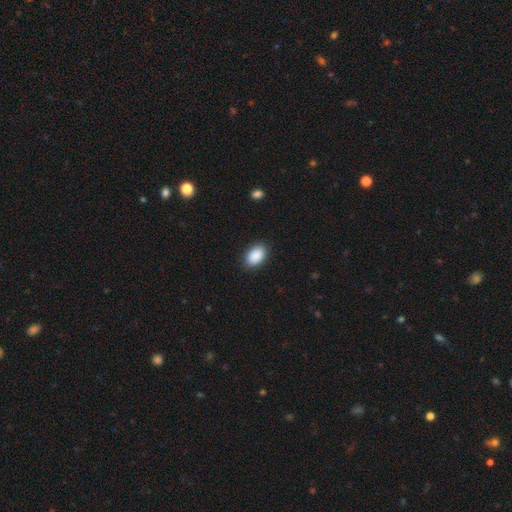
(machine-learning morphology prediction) Smooth or featured? Predicted: smooth (p=0.90). How rounded? Predicted: in between (p=0.88). Merging? Predicted: none (p=0.88).